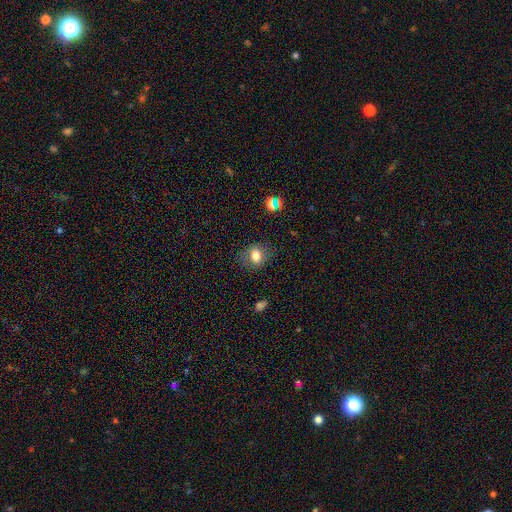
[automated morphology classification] smooth 73%, featured or disk 14%, star or artifact 13%. Down the decision tree: how rounded — round (56%); merging — none (79%).